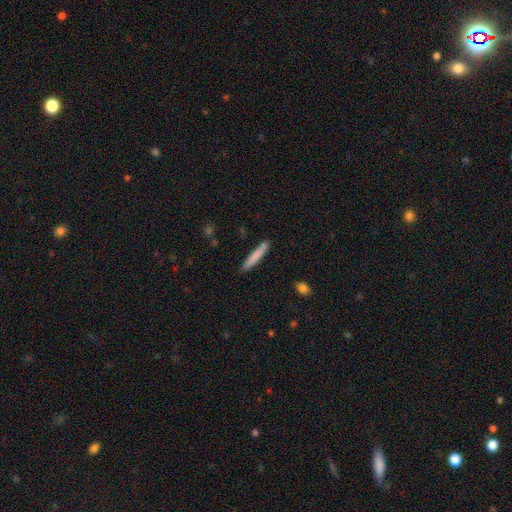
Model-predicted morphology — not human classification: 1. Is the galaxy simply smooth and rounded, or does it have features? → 78% smooth, 16% featured or disk, 6% star or artifact.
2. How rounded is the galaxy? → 94% cigar-shaped, 5% in between, 1% round.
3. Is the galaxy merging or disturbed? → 84% none, 12% minor disturbance, 2% merger, 2% major disturbance.